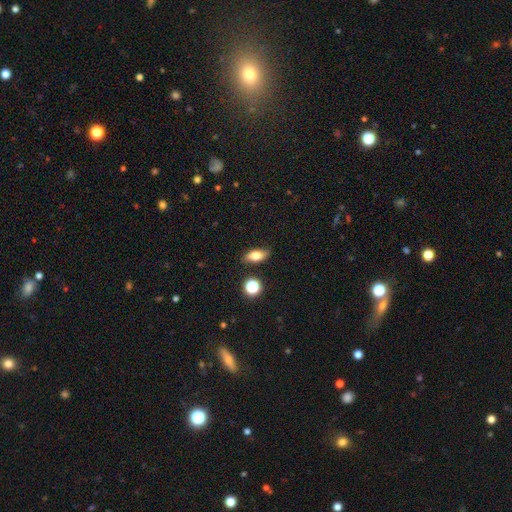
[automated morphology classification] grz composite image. It shows a smooth galaxy with no disk features (73%) that is in between round and cigar-shaped (78%). Merging: none (83%).